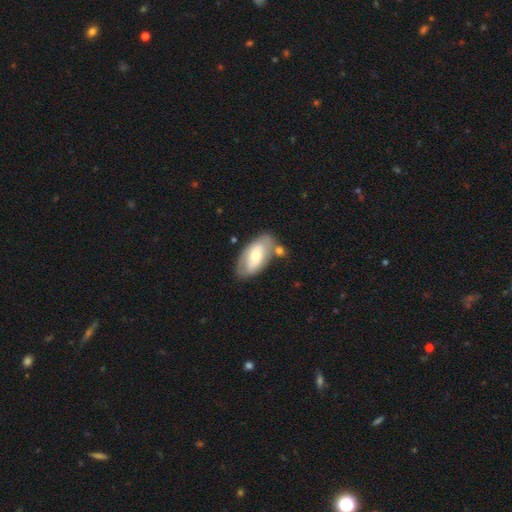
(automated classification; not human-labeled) A smooth galaxy with no disk features (52%) that is in between round and cigar-shaped (93%).

Vote fractions:
- Smooth or featured? smooth: 52% / featured or disk: 43% / star or artifact: 6%
- How rounded? in between: 93% / cigar-shaped: 4% / round: 3%
- Merging? none: 62% / minor disturbance: 19% / merger: 13% / major disturbance: 6%